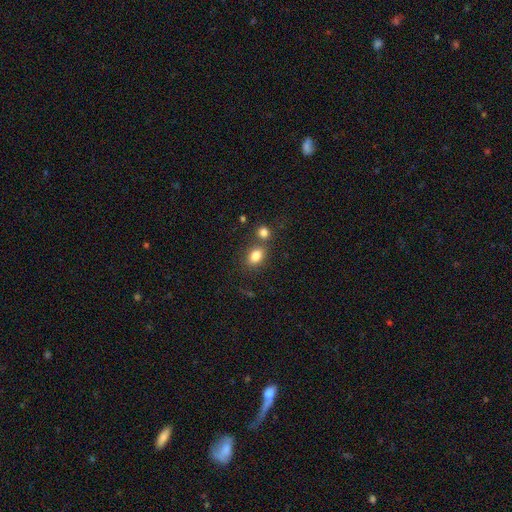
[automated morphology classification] smooth-or-featured: smooth: 83% | star or artifact: 10% | featured or disk: 7%
  how-rounded: in between: 74% | round: 25% | cigar-shaped: 1%
  merging: none: 62% | merger: 23% | minor disturbance: 12% | major disturbance: 4%